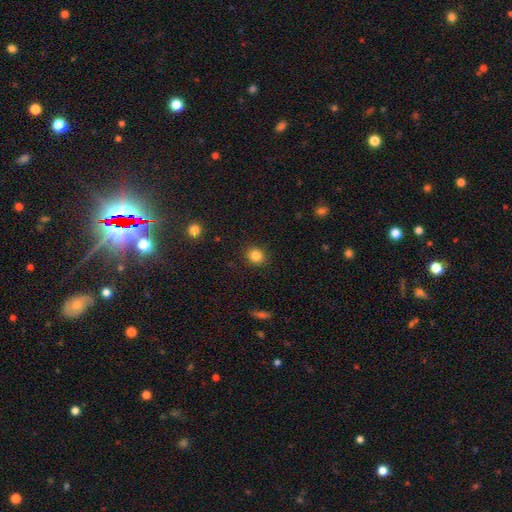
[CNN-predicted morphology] This is clearly a smooth galaxy (84%). How rounded: likely round (80%). Merging: clearly none (90%).